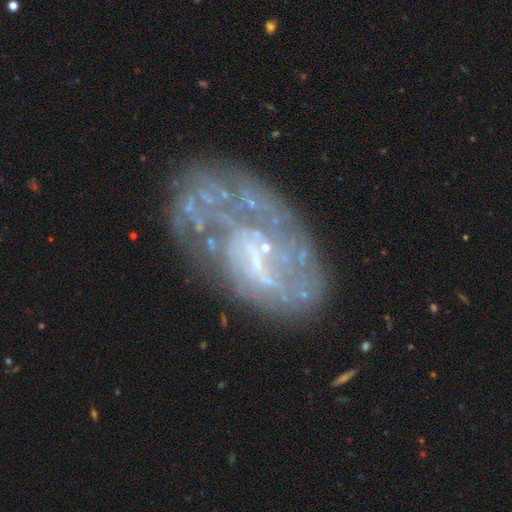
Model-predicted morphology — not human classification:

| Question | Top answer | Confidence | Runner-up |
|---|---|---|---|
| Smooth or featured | featured or disk | 74% | smooth (16%) |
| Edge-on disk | no | 97% | yes (3%) |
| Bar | no | 54% | weak (35%) |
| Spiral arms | yes | 59% | no (41%) |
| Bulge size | small | 45% | none (41%) |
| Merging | none | 44% | major disturbance (27%) |